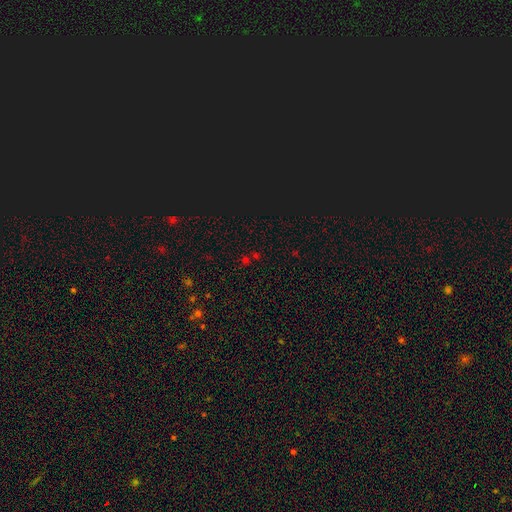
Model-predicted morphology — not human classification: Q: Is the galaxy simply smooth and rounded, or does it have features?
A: star or artifact — 59%.